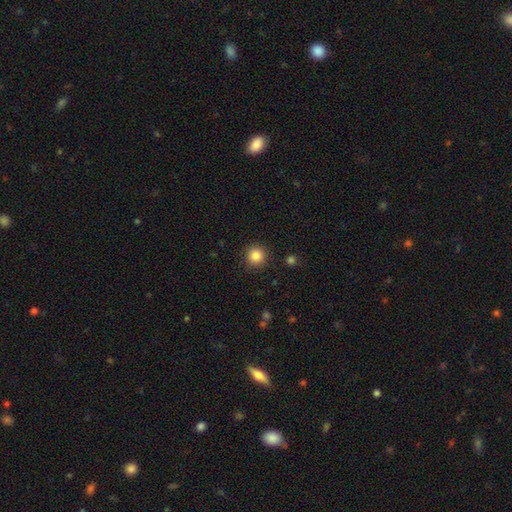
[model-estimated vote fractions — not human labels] Smooth or featured? Predicted: smooth (p=0.86). How rounded? Predicted: round (p=0.95). Merging? Predicted: none (p=0.90).